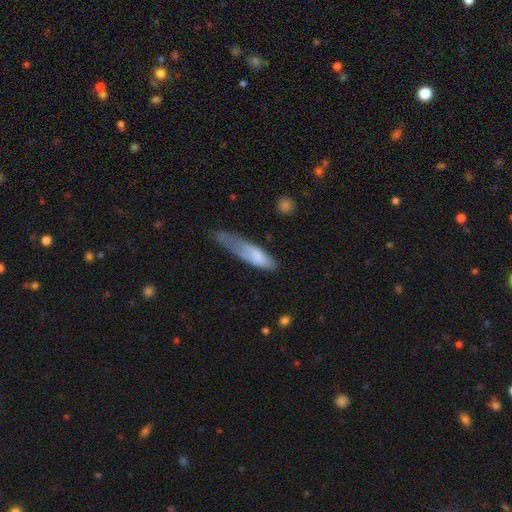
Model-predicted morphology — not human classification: type=smooth (68%); roundness=cigar-shaped (60%); merging=major disturbance (39%).